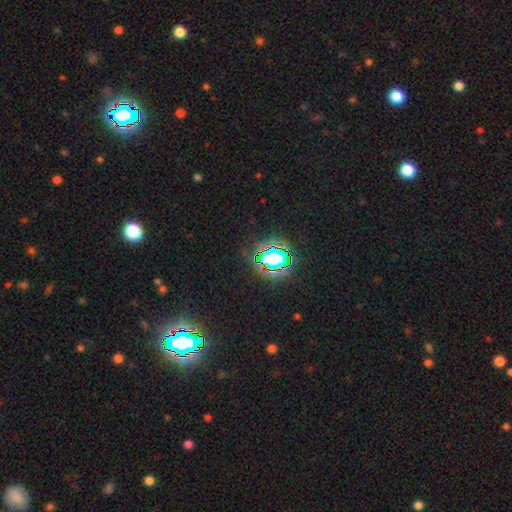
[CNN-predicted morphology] Smooth or featured? Predicted: star or artifact (p=0.81).